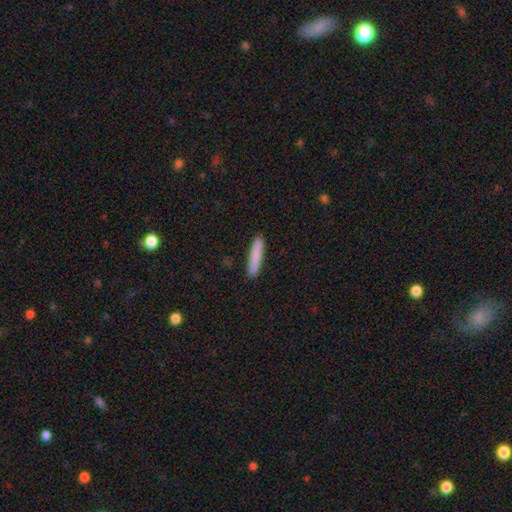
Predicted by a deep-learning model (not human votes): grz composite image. It shows a smooth galaxy with no disk features (84%) that is cigar-shaped (93%). Merging: none (91%).